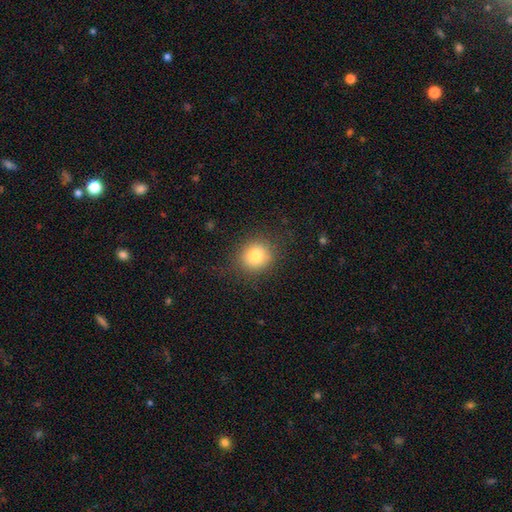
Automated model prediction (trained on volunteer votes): Q: Smooth or featured?
A: smooth (79%); runner-up: star or artifact (11%)
Q: How rounded?
A: round (86%); runner-up: in between (13%)
Q: Merging?
A: none (84%); runner-up: minor disturbance (10%)